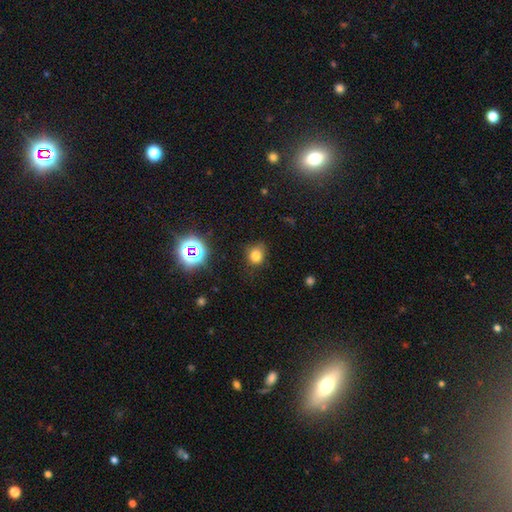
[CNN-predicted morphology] Smooth or featured? Predicted: smooth (p=0.76). How rounded? Predicted: round (p=0.74). Merging? Predicted: none (p=0.75).